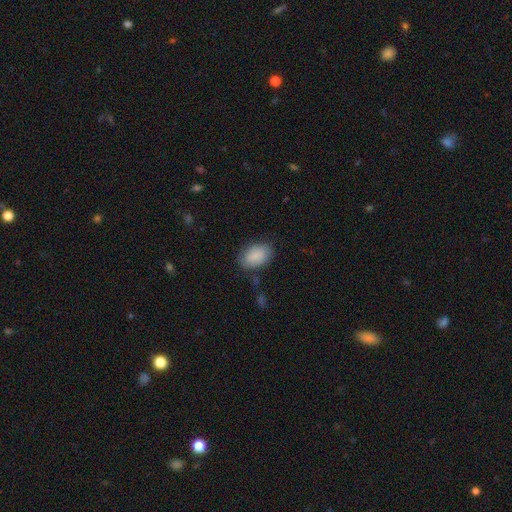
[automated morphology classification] Smooth or featured: smooth — 84% (featured or disk — 9%)
How rounded: in between — 87% (round — 12%)
Merging: none — 78% (minor disturbance — 16%)